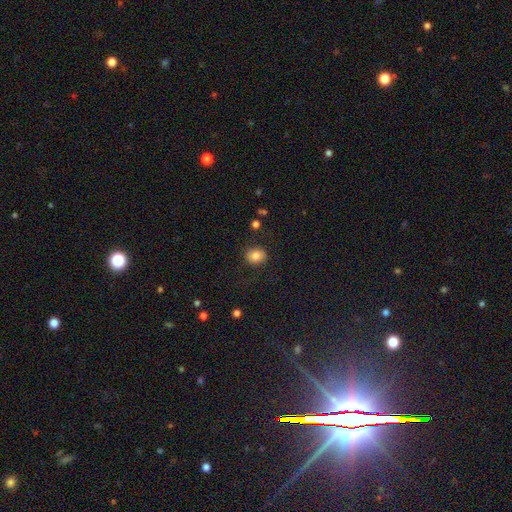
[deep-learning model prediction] Morphology: type=smooth (82%); roundness=round (65%); merging=none (83%).